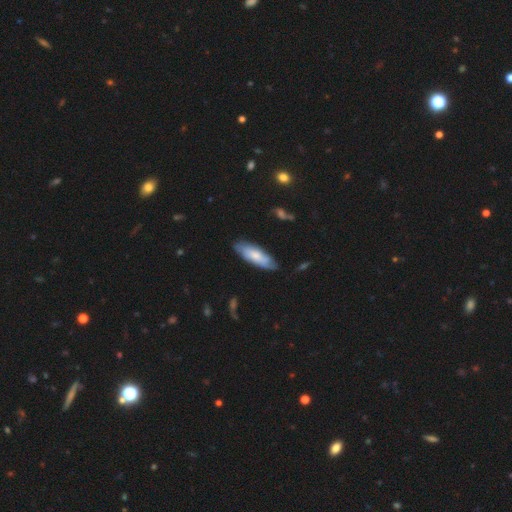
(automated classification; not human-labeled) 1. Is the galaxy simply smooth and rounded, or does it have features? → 60% smooth, 34% featured or disk, 5% star or artifact.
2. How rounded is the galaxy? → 57% in between, 42% cigar-shaped, 2% round.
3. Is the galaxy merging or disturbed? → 77% none, 18% minor disturbance, 3% major disturbance, 2% merger.